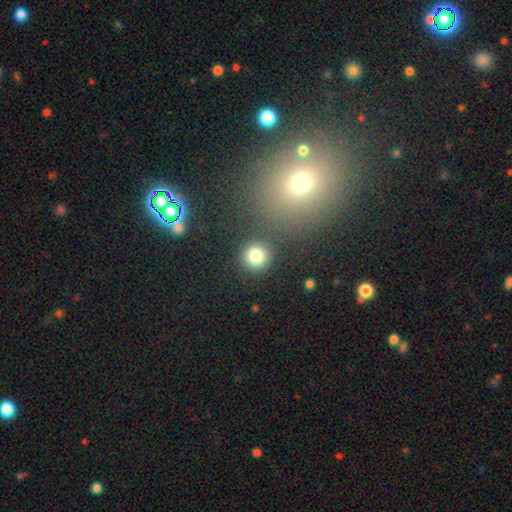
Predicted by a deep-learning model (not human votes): Smooth or featured? Predicted: smooth (p=0.81). How rounded? Predicted: round (p=0.92). Merging? Predicted: none (p=0.86).